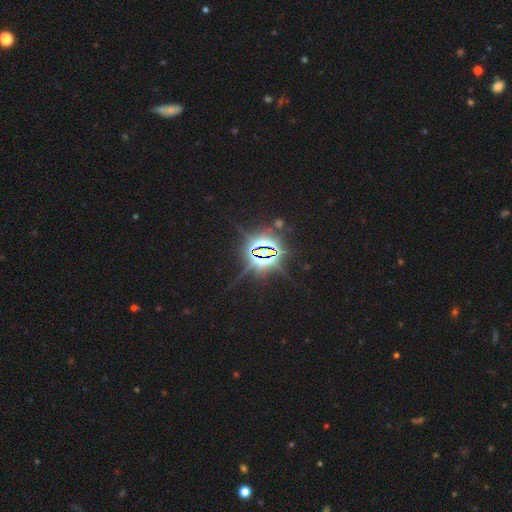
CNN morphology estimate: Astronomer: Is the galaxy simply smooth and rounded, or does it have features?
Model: star or artifact — 86%.